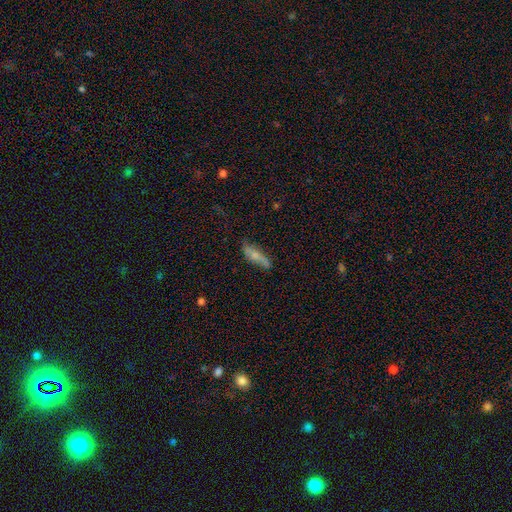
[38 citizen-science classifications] This is likely a smooth galaxy (61%). How rounded: likely cigar-shaped (61%). Merging: likely none (68%).